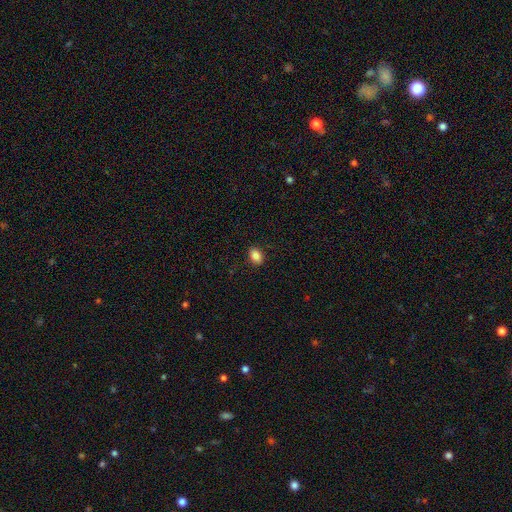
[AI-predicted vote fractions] This is clearly a smooth galaxy (87%). How rounded: likely in between (75%). Merging: clearly none (89%).